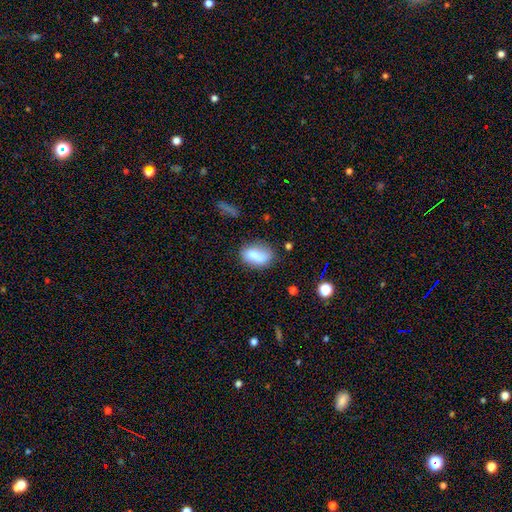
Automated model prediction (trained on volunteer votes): This appears to be a smooth galaxy with no disk features (74%) that is in between round and cigar-shaped (83%). Merging: none (60%).